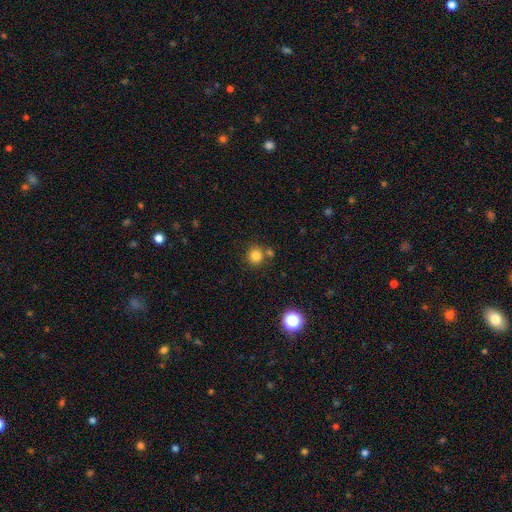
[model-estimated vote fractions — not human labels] A smooth galaxy with no disk features (81%) that is round (92%). Merging: none (74%).